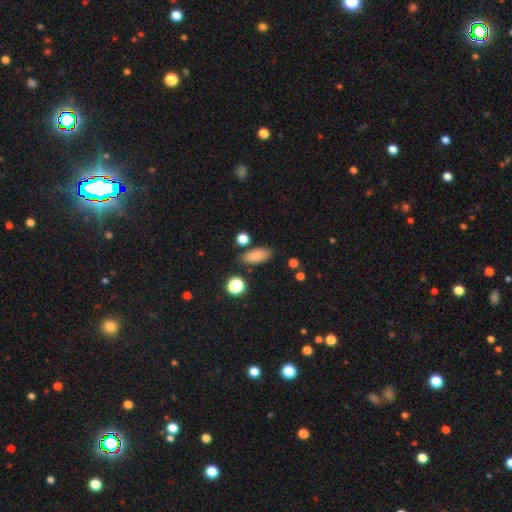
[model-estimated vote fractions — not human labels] Overall: smooth (84%). How rounded: in between (82%). Merging: none (80%).